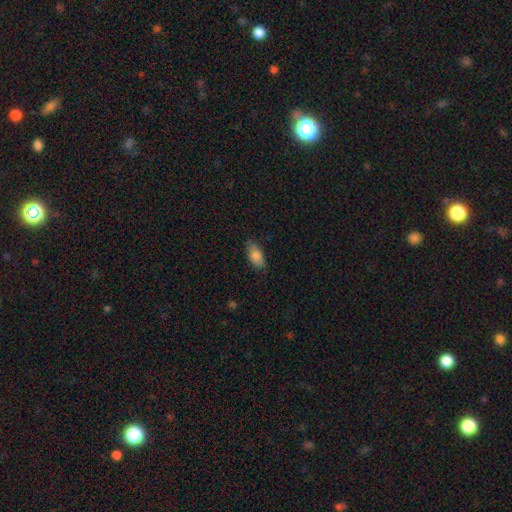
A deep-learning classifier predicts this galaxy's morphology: smooth-or-featured: smooth: 82% | featured or disk: 10% | star or artifact: 7%
  how-rounded: in between: 88% | cigar-shaped: 9% | round: 3%
  merging: none: 79% | minor disturbance: 16% | major disturbance: 3% | merger: 1%